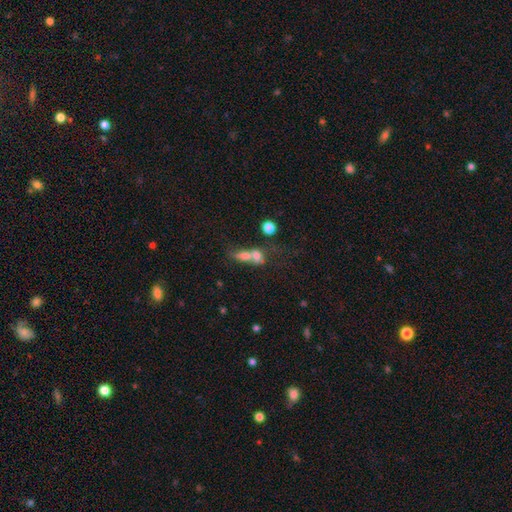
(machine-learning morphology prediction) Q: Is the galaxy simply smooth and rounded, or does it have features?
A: smooth — 65%.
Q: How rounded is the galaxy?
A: in between — 55%.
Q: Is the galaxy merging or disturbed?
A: merger — 68%.